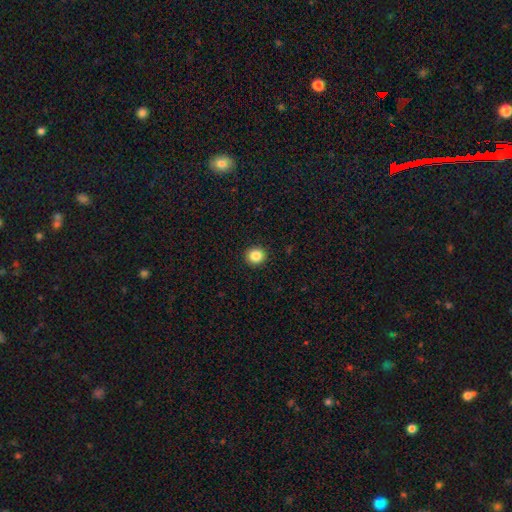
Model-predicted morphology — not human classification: The model was most divided on "smooth or featured": smooth: 85%, star or artifact: 10%, featured or disk: 4%. More confident: merging — none (93%); how rounded — round (91%).